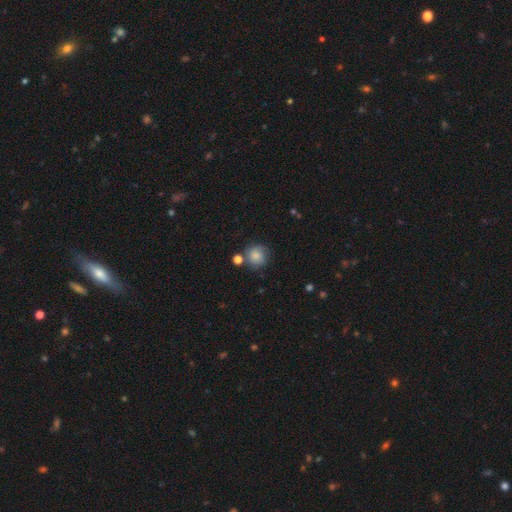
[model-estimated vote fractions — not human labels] smooth_or_featured: smooth (p=0.78) [alt: featured or disk p=0.12]
how_rounded: round (p=0.88) [alt: in between p=0.11]
merging: none (p=0.65) [alt: minor disturbance p=0.19]